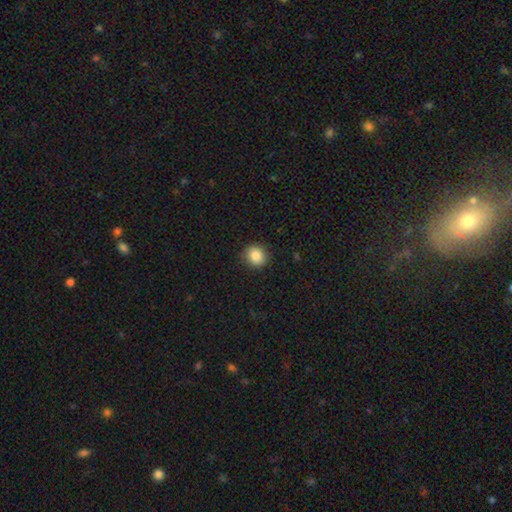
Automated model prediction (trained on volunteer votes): Smooth or featured?
  - smooth: 85% *
  - star or artifact: 10%
  - featured or disk: 5%
How rounded?
  - round: 82% *
  - in between: 17%
  - cigar-shaped: 1%
Merging?
  - none: 89% *
  - minor disturbance: 8%
  - major disturbance: 2%
  - merger: 1%